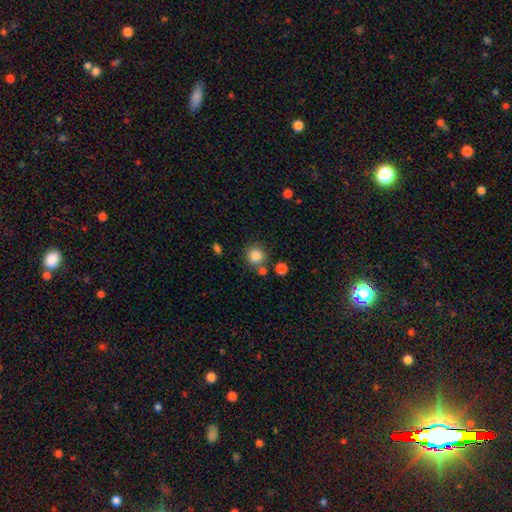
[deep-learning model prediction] smooth 85%, star or artifact 10%, featured or disk 5%. Down the decision tree: how rounded — round (92%); merging — none (78%).